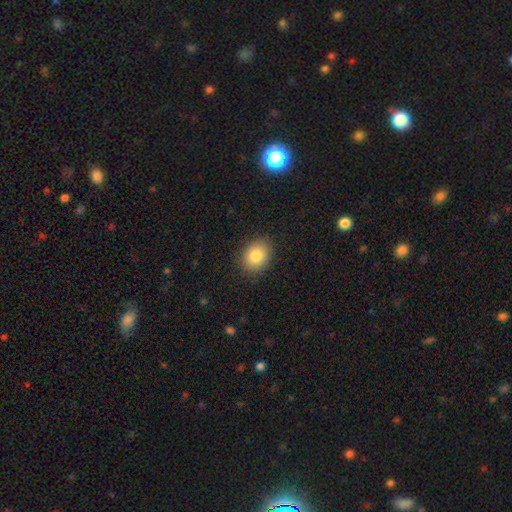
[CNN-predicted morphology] This is clearly a smooth galaxy (83%). How rounded: possibly in between (53%). Merging: clearly none (88%).